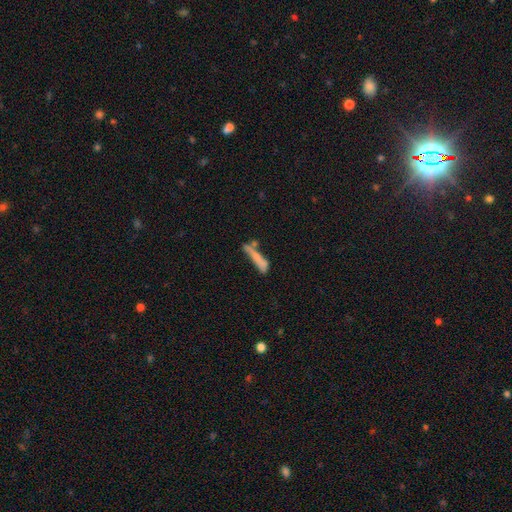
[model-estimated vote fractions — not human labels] The model was most divided on "merging": none: 40%, merger: 25%, minor disturbance: 20%, major disturbance: 15%. More confident: how rounded — cigar-shaped (84%); smooth or featured — smooth (59%).